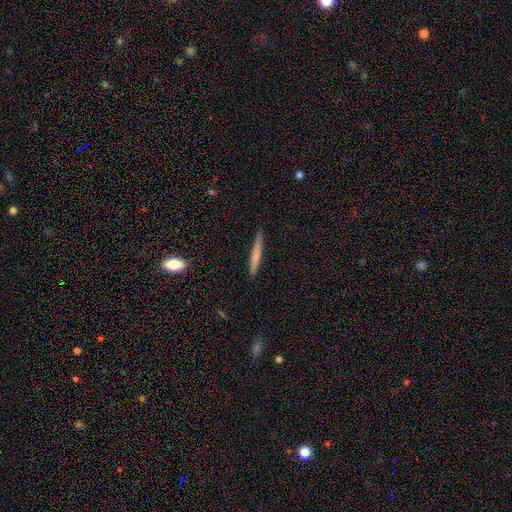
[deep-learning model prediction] Q: Smooth or featured?
A: smooth (67%); runner-up: featured or disk (26%)
Q: How rounded?
A: cigar-shaped (96%); runner-up: in between (3%)
Q: Merging?
A: none (85%); runner-up: minor disturbance (12%)